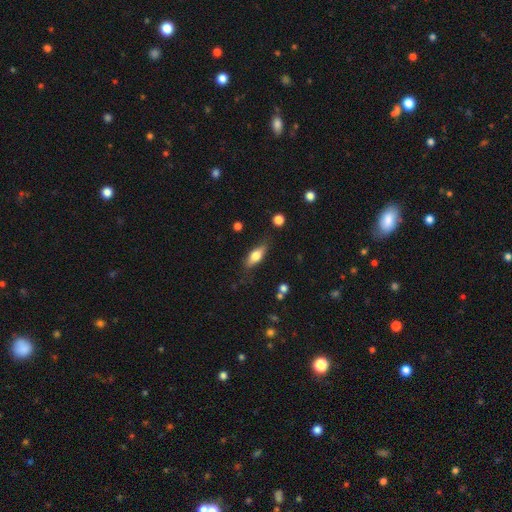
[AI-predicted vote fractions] Q: Smooth or featured?
A: smooth (71%); runner-up: featured or disk (23%)
Q: How rounded?
A: in between (72%); runner-up: cigar-shaped (25%)
Q: Merging?
A: none (78%); runner-up: minor disturbance (16%)